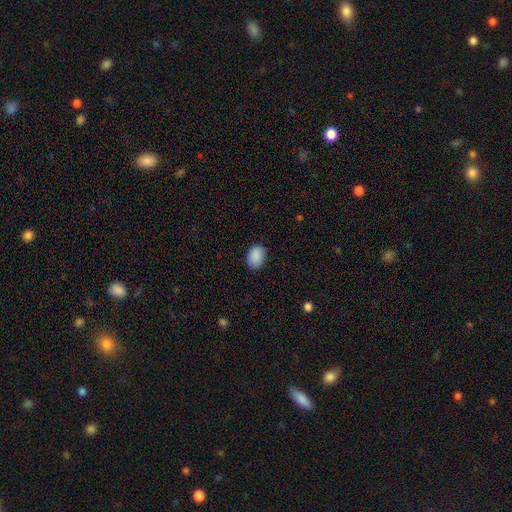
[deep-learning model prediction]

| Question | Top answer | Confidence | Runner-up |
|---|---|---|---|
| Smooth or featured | smooth | 90% | star or artifact (7%) |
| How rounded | in between | 77% | round (22%) |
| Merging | none | 84% | minor disturbance (13%) |